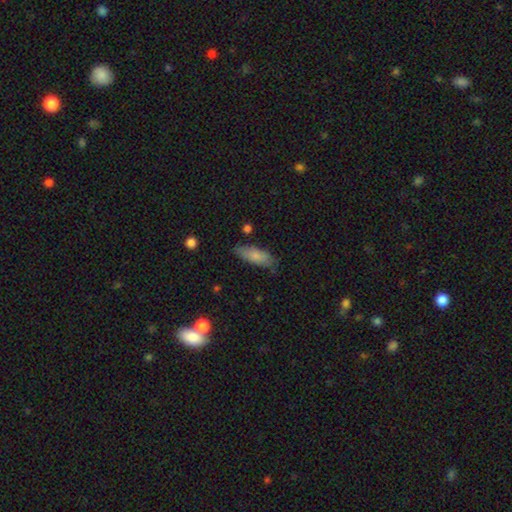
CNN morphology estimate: smooth_or_featured: smooth (p=0.81) [alt: featured or disk p=0.13]
how_rounded: in between (p=0.65) [alt: cigar-shaped p=0.33]
merging: none (p=0.75) [alt: minor disturbance p=0.20]